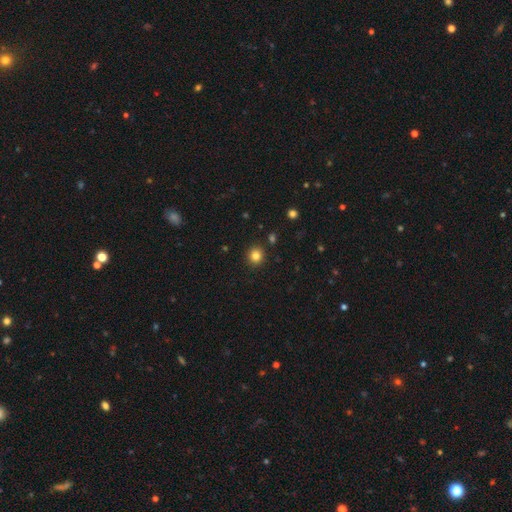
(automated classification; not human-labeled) This appears to be a smooth galaxy with no disk features (83%) that is round (91%). Merging: none (91%).